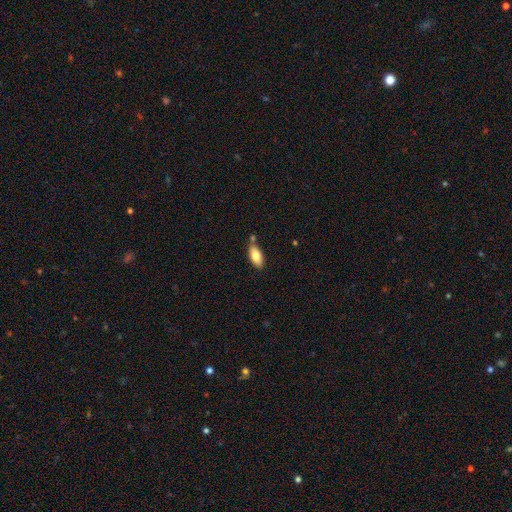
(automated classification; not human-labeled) Smooth or featured? Predicted: smooth (p=0.81). How rounded? Predicted: in between (p=0.87). Merging? Predicted: none (p=0.72).